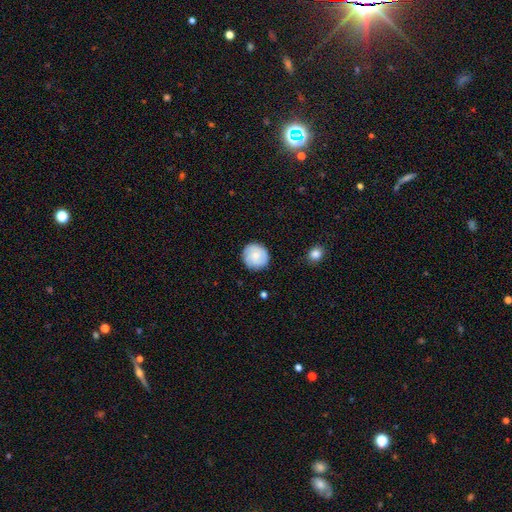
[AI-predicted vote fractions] Smooth or featured: smooth — 61% (featured or disk — 33%)
How rounded: round — 92% (in between — 7%)
Merging: none — 86% (minor disturbance — 11%)